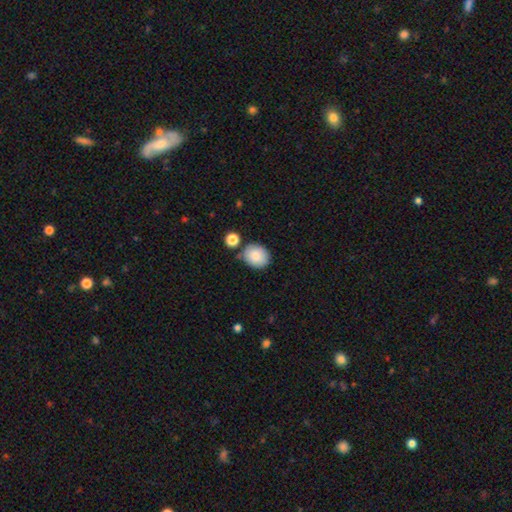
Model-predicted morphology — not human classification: type=smooth (84%); roundness=round (57%); merging=none (73%).